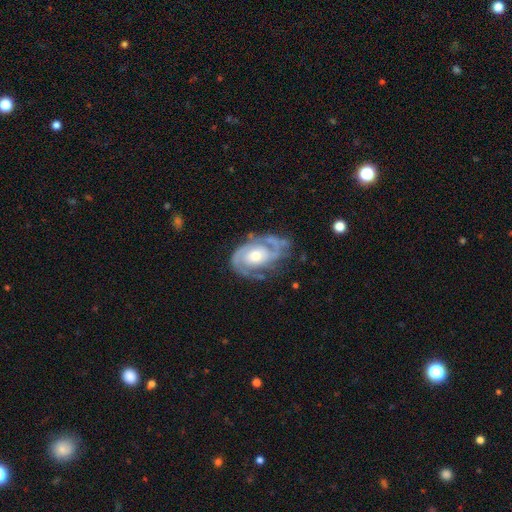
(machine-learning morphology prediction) A featured or disk galaxy (89%) with no bar (68%), 2 (79%) tight (52%) spiral arms (96%) and a moderate central bulge (61%).

Vote fractions:
- Smooth or featured? featured or disk: 89% / smooth: 7% / star or artifact: 4%
- Edge-on disk? no: 97% / yes: 3%
- Bar? no: 68% / weak: 24% / strong: 8%
- Spiral arms? yes: 96% / no: 4%
- Spiral winding? tight: 52% / medium: 38% / loose: 9%
- Spiral arm count? 2: 79% / can't tell: 8% / 3: 5% / 1: 4% / 4: 2% / more than 4: 2%
- Bulge size? moderate: 61% / small: 30% / large: 7% / none: 1% / dominant: 1%
- Merging? none: 67% / minor disturbance: 20% / major disturbance: 11% / merger: 2%